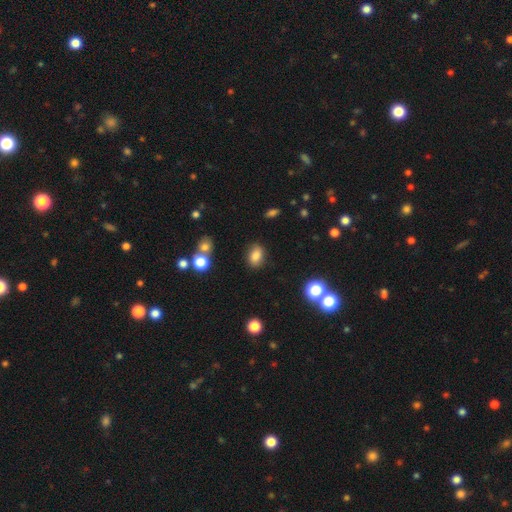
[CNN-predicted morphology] The model was most divided on "how rounded": in between: 79%, round: 20%, cigar-shaped: 2%. More confident: smooth or featured — smooth (84%); merging — none (82%).